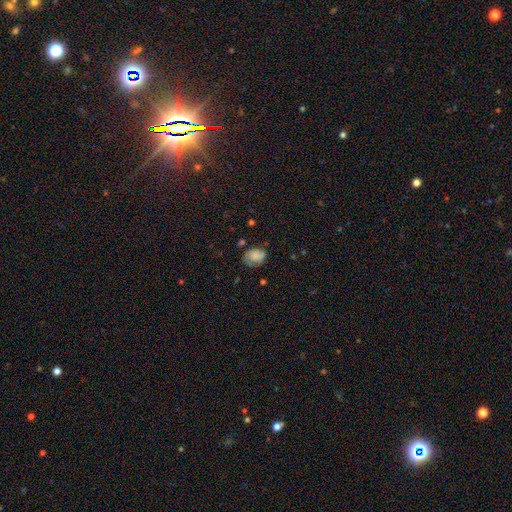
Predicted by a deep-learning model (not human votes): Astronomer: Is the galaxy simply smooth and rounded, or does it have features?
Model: smooth — 71%.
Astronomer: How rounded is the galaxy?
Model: in between — 60% (runner-up: round, 39%).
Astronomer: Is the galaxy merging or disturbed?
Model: none — 59%.